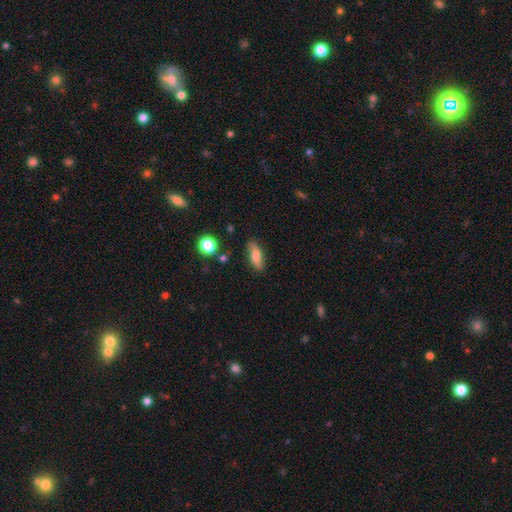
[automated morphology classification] Smooth or featured? smooth (61%)
How rounded? in between (65%)
Merging? none (81%)